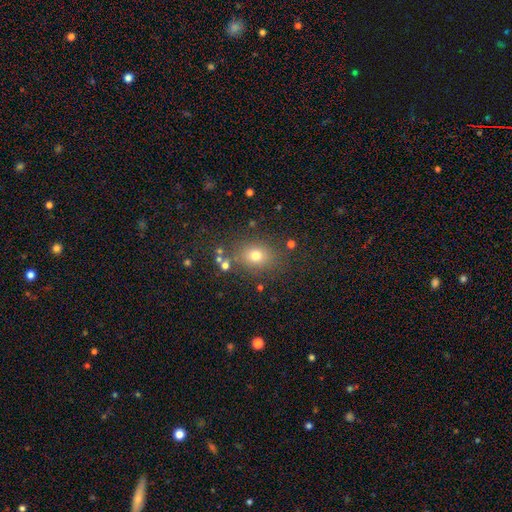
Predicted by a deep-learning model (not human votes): Overall: smooth (73%). How rounded: round (54%; in between 45%). Merging: none (78%).